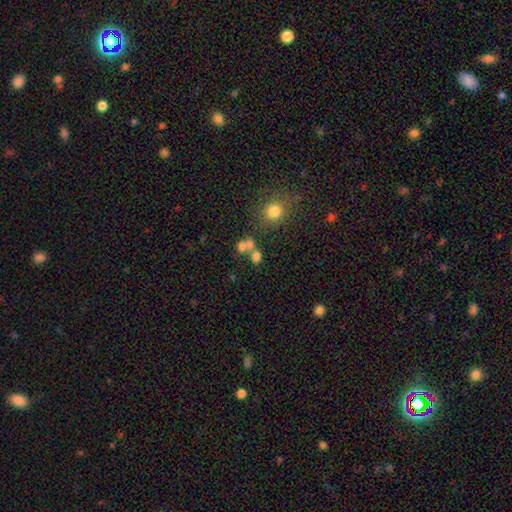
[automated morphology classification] smooth 69%, star or artifact 17%, featured or disk 14%. Down the decision tree: how rounded — round (61%); merging — merger (45%).